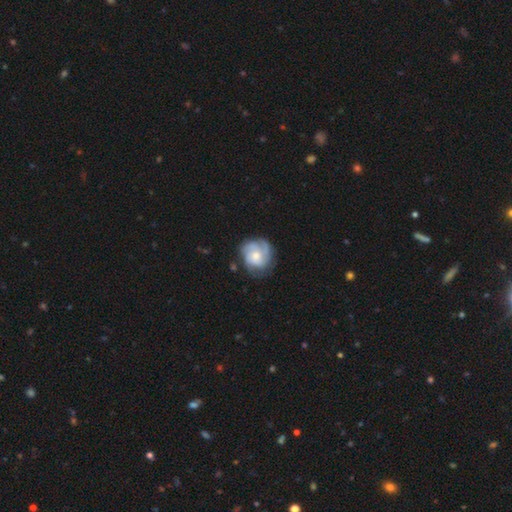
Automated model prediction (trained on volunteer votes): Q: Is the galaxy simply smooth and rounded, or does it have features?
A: featured or disk — 71%.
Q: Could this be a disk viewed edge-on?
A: no — 98%.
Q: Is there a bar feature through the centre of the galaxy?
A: no — 78%.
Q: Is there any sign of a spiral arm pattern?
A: yes — 92%.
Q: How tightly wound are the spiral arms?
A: tight — 54%.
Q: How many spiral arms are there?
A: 3 — 38%.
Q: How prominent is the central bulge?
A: moderate — 52%.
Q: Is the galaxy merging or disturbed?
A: none — 68%.